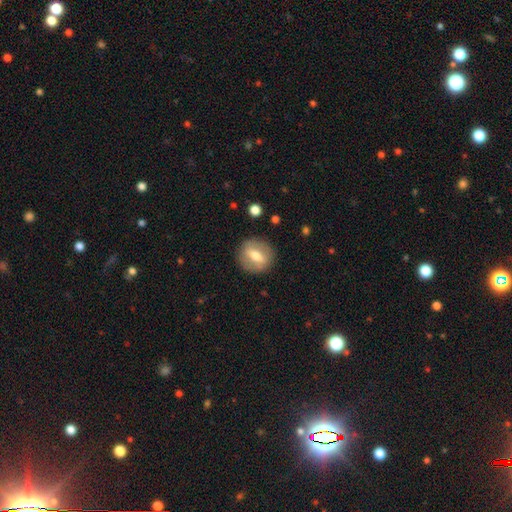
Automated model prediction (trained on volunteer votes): Smooth or featured? Predicted: smooth (p=0.47). Merging? Predicted: none (p=0.87).